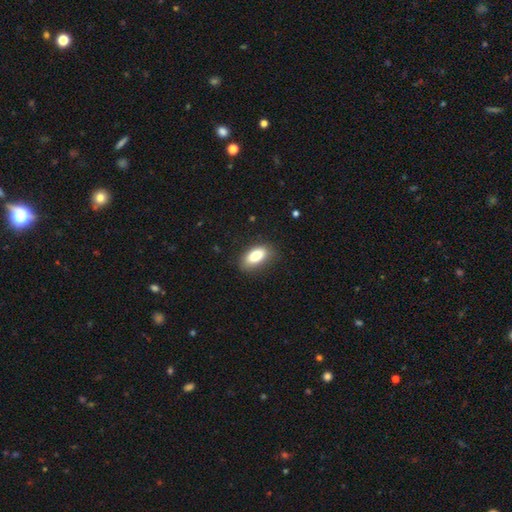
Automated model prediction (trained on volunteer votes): Smooth or featured? smooth (82%)
How rounded? in between (90%)
Merging? none (82%)